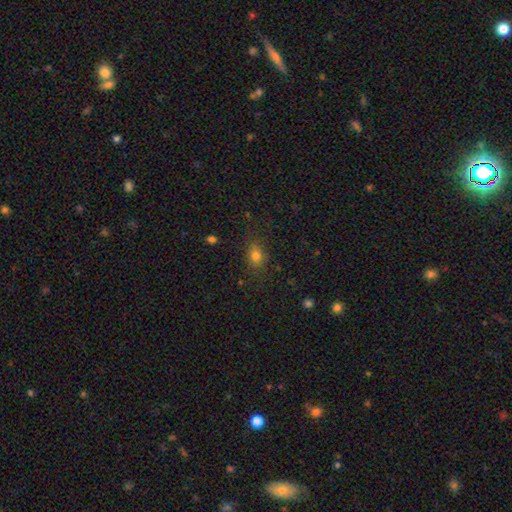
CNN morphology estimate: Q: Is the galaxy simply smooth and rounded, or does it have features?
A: smooth — 76%.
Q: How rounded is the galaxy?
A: in between — 66%.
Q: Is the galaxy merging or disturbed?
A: none — 79%.